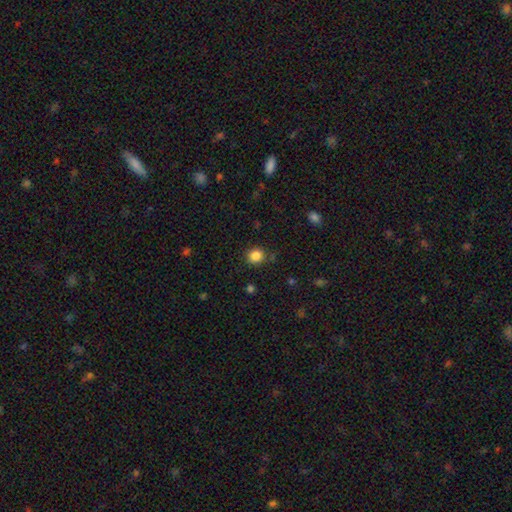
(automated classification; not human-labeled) smooth-or-featured: smooth: 85% | star or artifact: 11% | featured or disk: 3%
  how-rounded: round: 85% | in between: 14% | cigar-shaped: 1%
  merging: none: 84% | minor disturbance: 10% | major disturbance: 3% | merger: 3%